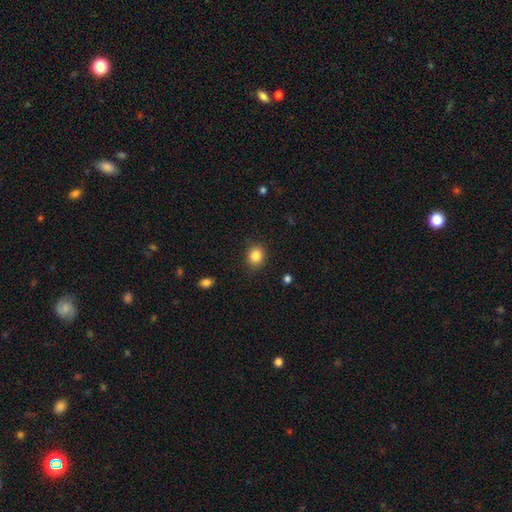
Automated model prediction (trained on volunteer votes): Smooth or featured? smooth (85%)
How rounded? round (63%)
Merging? none (84%)